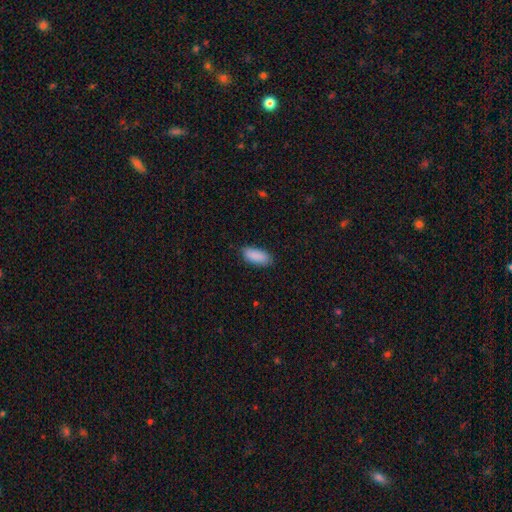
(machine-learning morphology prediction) Smooth or featured?
  - smooth: 90% *
  - star or artifact: 6%
  - featured or disk: 4%
How rounded?
  - in between: 85% *
  - cigar-shaped: 14%
  - round: 2%
Merging?
  - none: 83% *
  - minor disturbance: 13%
  - major disturbance: 2%
  - merger: 1%